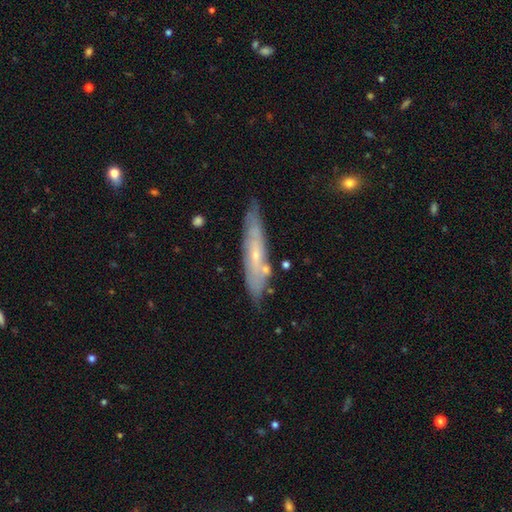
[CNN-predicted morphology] Smooth or featured?
  - featured or disk: 60% *
  - smooth: 33%
  - star or artifact: 7%
Edge-on disk?
  - yes: 54% *
  - no: 46%
Merging?
  - none: 77% *
  - minor disturbance: 16%
  - merger: 4%
  - major disturbance: 3%